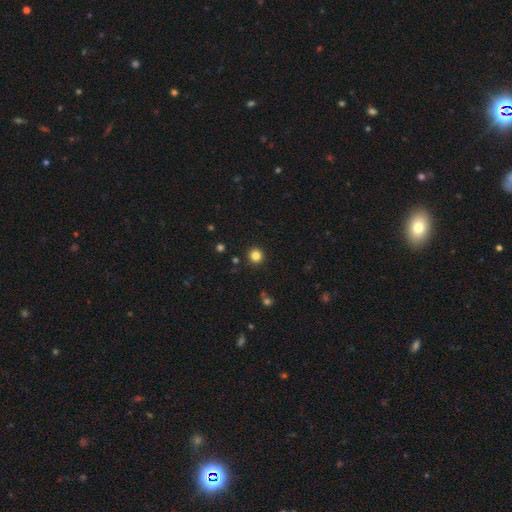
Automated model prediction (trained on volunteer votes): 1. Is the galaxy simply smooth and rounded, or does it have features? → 83% smooth, 13% star or artifact, 5% featured or disk.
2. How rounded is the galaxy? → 94% round, 5% in between, 1% cigar-shaped.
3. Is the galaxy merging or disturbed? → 92% none, 5% minor disturbance, 2% major disturbance, 2% merger.